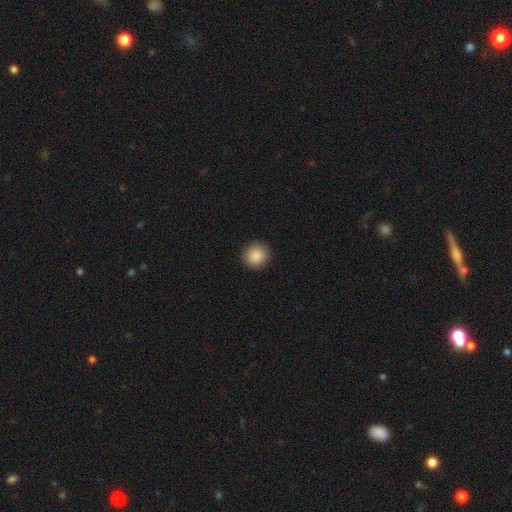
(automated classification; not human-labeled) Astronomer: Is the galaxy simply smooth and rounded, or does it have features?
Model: smooth — 89%.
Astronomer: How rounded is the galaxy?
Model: round — 91%.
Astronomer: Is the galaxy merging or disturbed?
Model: none — 89%.